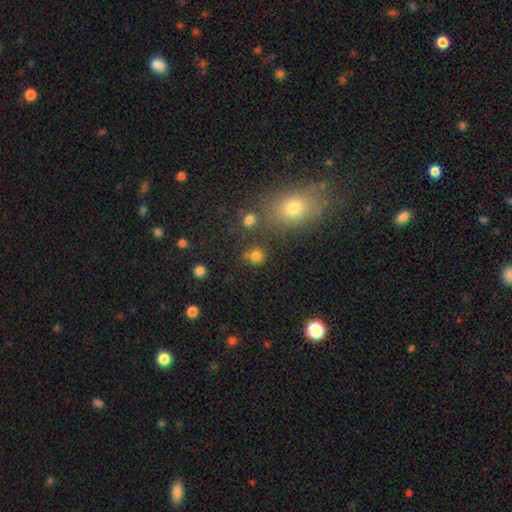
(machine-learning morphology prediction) smooth-or-featured: smooth: 77% | star or artifact: 17% | featured or disk: 6%
  how-rounded: round: 82% | in between: 17% | cigar-shaped: 1%
  merging: none: 69% | merger: 14% | minor disturbance: 12% | major disturbance: 5%